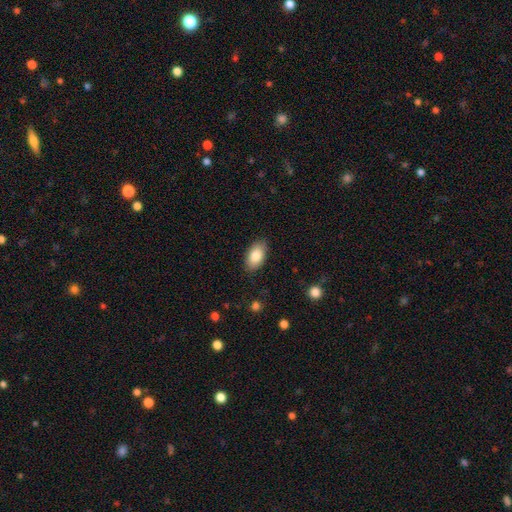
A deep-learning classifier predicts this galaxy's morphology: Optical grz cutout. It shows a smooth galaxy with no disk features (84%) that is in between round and cigar-shaped (94%). Merging: none (87%).